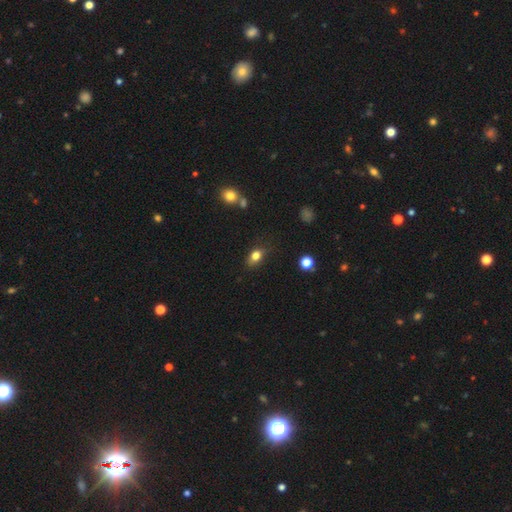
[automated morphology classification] Smooth or featured?
  - smooth: 80% *
  - star or artifact: 11%
  - featured or disk: 10%
How rounded?
  - in between: 73% *
  - round: 24%
  - cigar-shaped: 3%
Merging?
  - none: 72% *
  - minor disturbance: 20%
  - major disturbance: 5%
  - merger: 3%